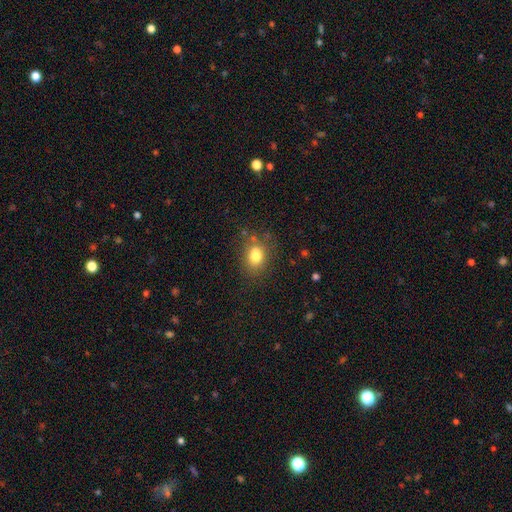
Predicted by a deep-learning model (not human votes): Morphology: type=smooth (79%); roundness=in between (60%); merging=none (73%).